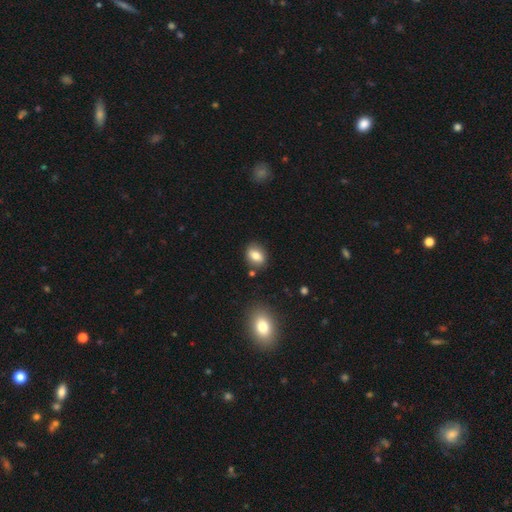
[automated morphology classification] Smooth or featured? Predicted: smooth (p=0.76). How rounded? Predicted: in between (p=0.66). Merging? Predicted: none (p=0.82).